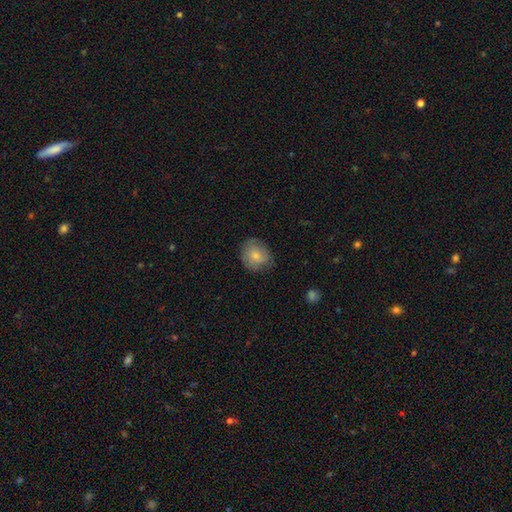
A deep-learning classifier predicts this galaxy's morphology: Q: Smooth or featured?
A: smooth (76%); runner-up: featured or disk (17%)
Q: How rounded?
A: round (74%); runner-up: in between (26%)
Q: Merging?
A: none (74%); runner-up: minor disturbance (21%)